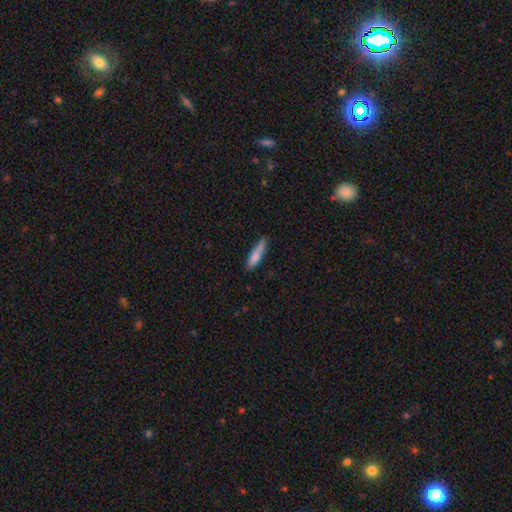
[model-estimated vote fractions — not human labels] A smooth galaxy with no disk features (78%) that is cigar-shaped (83%).

Vote fractions:
- Smooth or featured? smooth: 78% / featured or disk: 15% / star or artifact: 6%
- How rounded? cigar-shaped: 83% / in between: 16% / round: 1%
- Merging? none: 77% / minor disturbance: 18% / major disturbance: 3% / merger: 2%